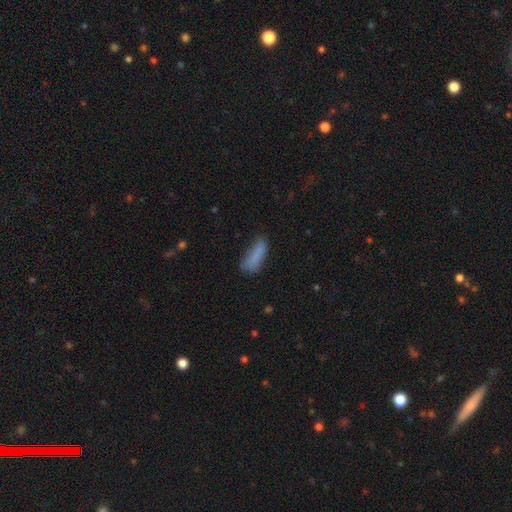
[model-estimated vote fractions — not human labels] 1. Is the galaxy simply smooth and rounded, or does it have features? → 81% smooth, 10% featured or disk, 10% star or artifact.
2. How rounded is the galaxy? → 51% in between, 46% cigar-shaped, 2% round.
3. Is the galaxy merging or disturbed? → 57% none, 27% minor disturbance, 12% major disturbance, 4% merger.